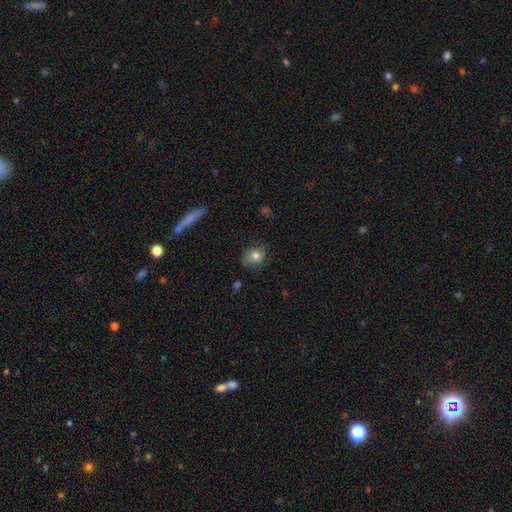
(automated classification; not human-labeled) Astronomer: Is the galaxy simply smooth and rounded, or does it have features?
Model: smooth — 76%.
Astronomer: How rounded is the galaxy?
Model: round — 60% (runner-up: in between, 39%).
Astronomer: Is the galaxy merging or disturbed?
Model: none — 67%.